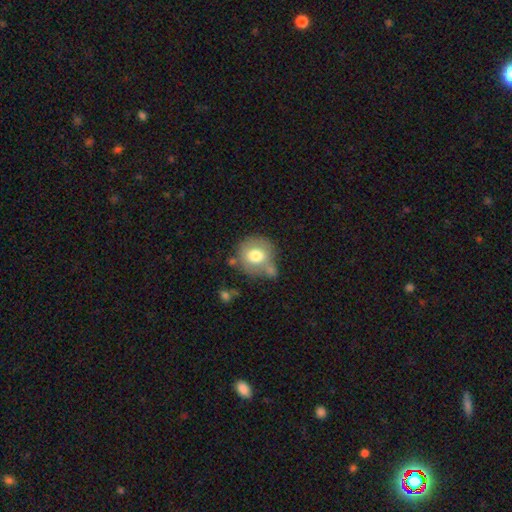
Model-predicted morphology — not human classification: smooth_or_featured: smooth (p=0.71) [alt: featured or disk p=0.21]
how_rounded: round (p=0.87) [alt: in between p=0.12]
merging: none (p=0.54) [alt: merger p=0.20]